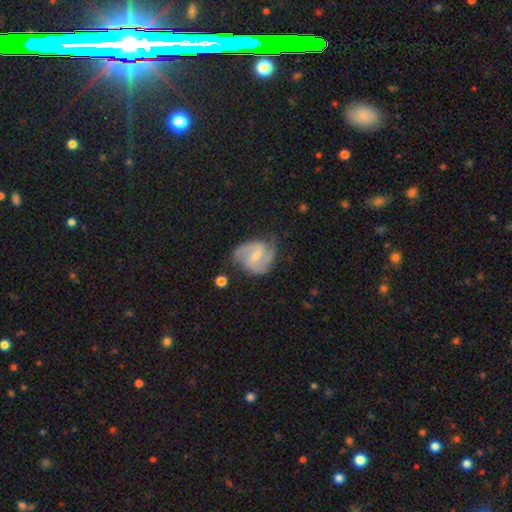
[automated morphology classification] A featured or disk galaxy (82%) with a weak bar (60%), 2 (71%) medium (52%) spiral arms (96%) and a small central bulge (47%).

Vote fractions:
- Smooth or featured? featured or disk: 82% / smooth: 13% / star or artifact: 5%
- Edge-on disk? no: 98% / yes: 2%
- Bar? weak: 60% / no: 24% / strong: 16%
- Spiral arms? yes: 96% / no: 4%
- Spiral winding? medium: 52% / tight: 31% / loose: 17%
- Spiral arm count? 2: 71% / 3: 13% / can't tell: 9% / 1: 3% / 4: 2% / more than 4: 2%
- Bulge size? small: 47% / moderate: 45% / none: 5% / large: 2% / dominant: 1%
- Merging? none: 67% / minor disturbance: 23% / major disturbance: 8% / merger: 2%